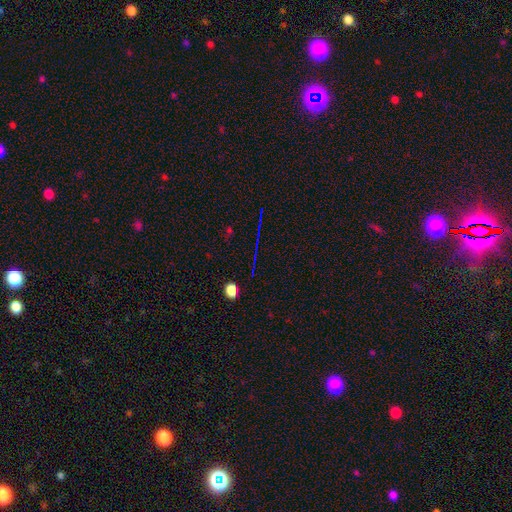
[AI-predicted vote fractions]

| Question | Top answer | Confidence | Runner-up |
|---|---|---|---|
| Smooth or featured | star or artifact | 72% | smooth (15%) |